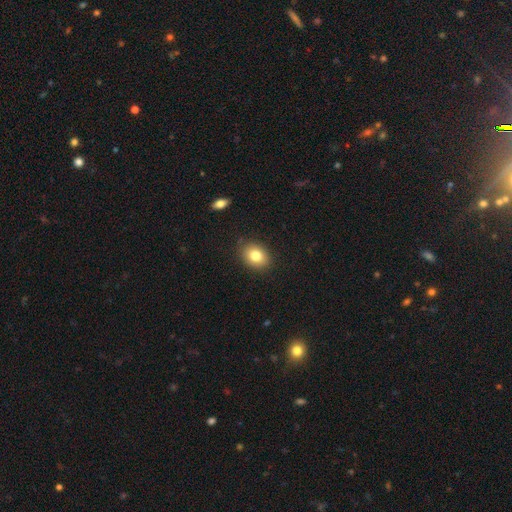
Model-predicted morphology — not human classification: The model was most divided on "how rounded": in between: 61%, round: 38%, cigar-shaped: 1%. More confident: merging — none (85%); smooth or featured — smooth (81%).